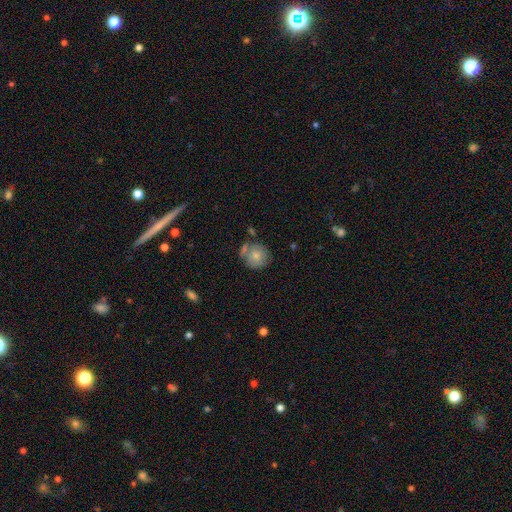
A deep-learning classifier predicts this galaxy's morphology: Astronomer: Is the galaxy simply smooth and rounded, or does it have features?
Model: smooth — 73%.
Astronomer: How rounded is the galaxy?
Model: round — 89%.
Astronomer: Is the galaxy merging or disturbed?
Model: none — 59%.